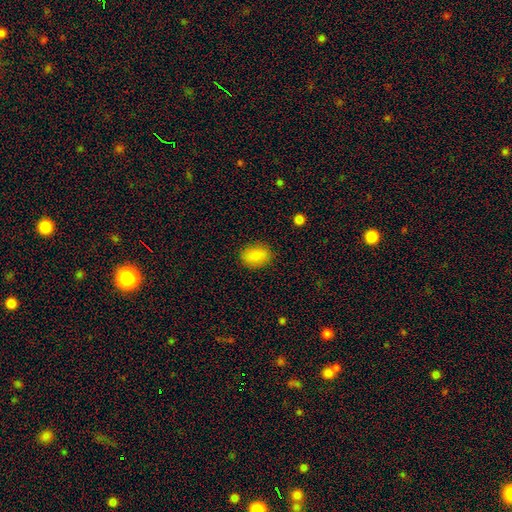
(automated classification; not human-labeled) Smooth or featured? Predicted: smooth (p=0.86). How rounded? Predicted: in between (p=0.71). Merging? Predicted: none (p=0.87).